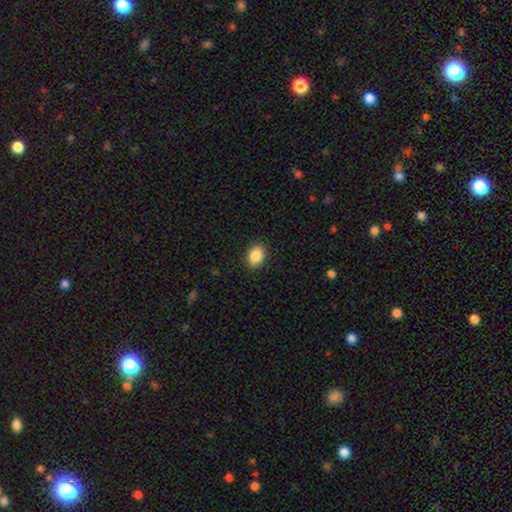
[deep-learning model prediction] smooth-or-featured: smooth: 87% | star or artifact: 8% | featured or disk: 5%
  how-rounded: in between: 73% | round: 26% | cigar-shaped: 1%
  merging: none: 89% | minor disturbance: 8% | major disturbance: 2% | merger: 1%